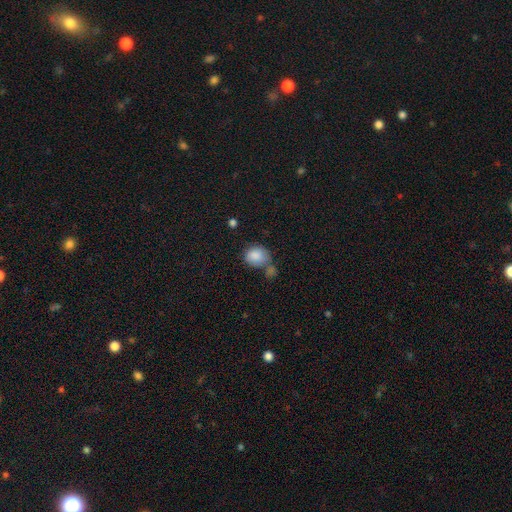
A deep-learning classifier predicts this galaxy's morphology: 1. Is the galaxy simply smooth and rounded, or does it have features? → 86% smooth, 7% star or artifact, 6% featured or disk.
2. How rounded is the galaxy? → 64% round, 35% in between, 1% cigar-shaped.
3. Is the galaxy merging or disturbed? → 46% none, 28% merger, 18% minor disturbance, 7% major disturbance.